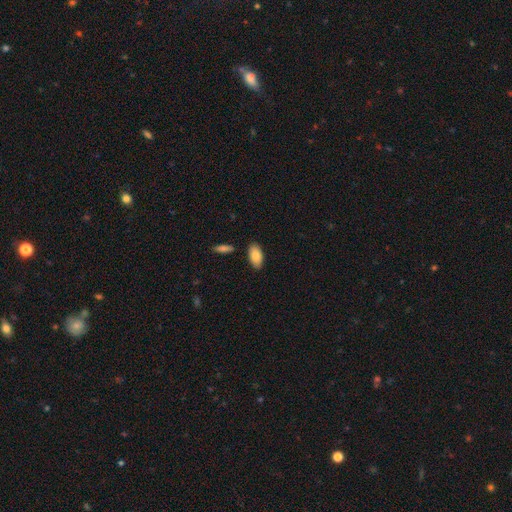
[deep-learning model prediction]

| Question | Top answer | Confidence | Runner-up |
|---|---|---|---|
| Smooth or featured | smooth | 85% | featured or disk (9%) |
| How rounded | in between | 93% | cigar-shaped (4%) |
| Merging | none | 84% | minor disturbance (10%) |